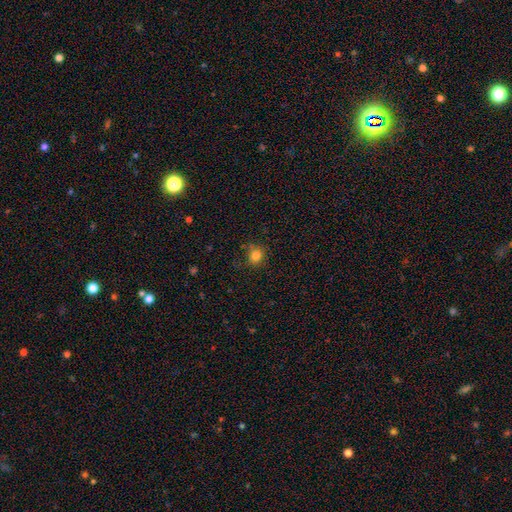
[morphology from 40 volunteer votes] This is clearly a smooth galaxy (80%). How rounded: clearly round (94%). Merging: clearly none (83%).